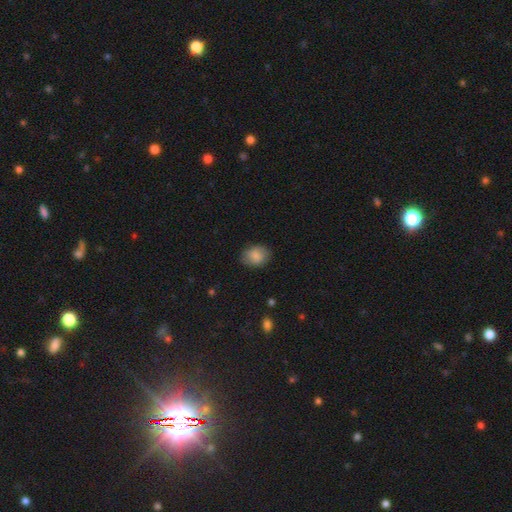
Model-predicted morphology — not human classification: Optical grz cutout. It shows a smooth galaxy with no disk features (82%) that is in between round and cigar-shaped (60%). Merging: none (81%).